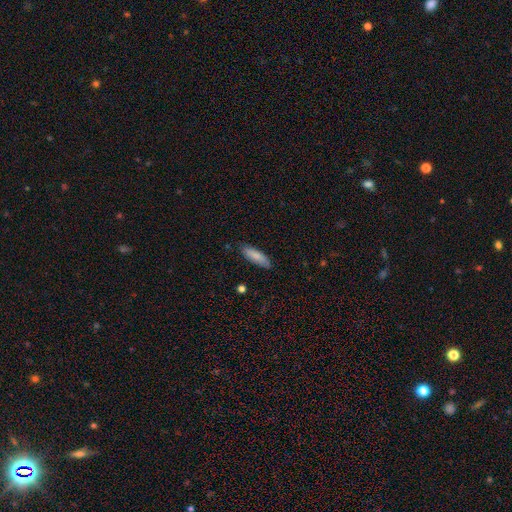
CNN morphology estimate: This appears to be a smooth galaxy with no disk features (84%) that is cigar-shaped (52%). Merging: none (85%).